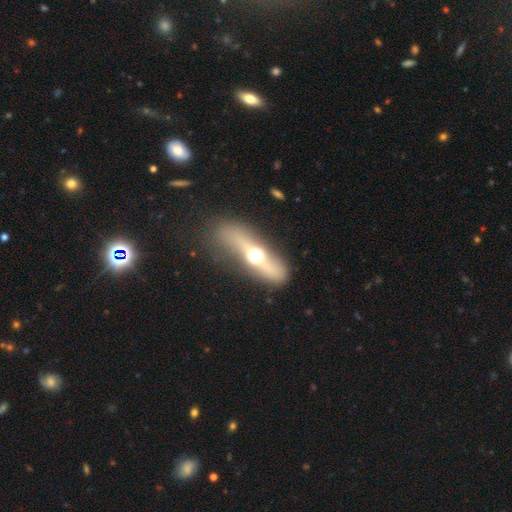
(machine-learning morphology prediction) Smooth or featured? featured or disk (61%)
Edge-on disk? yes (64%)
Merging? none (75%)